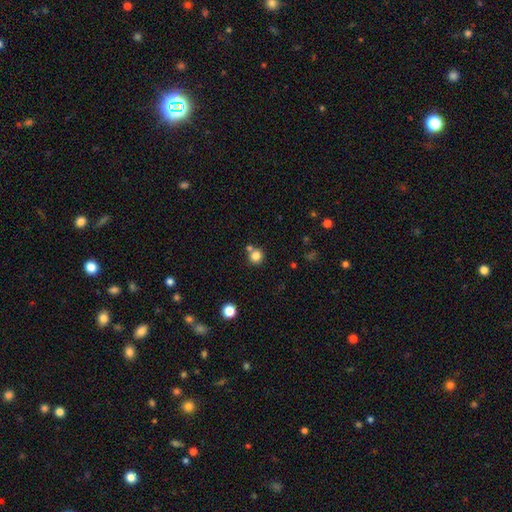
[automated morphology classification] Overall: smooth (82%). How rounded: round (90%). Merging: none (64%; merger 25%).